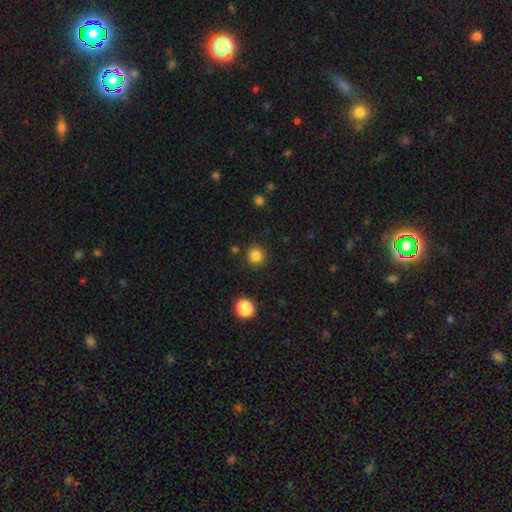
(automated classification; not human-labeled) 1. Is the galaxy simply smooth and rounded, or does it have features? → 84% smooth, 12% star or artifact, 4% featured or disk.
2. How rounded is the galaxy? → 93% round, 6% in between, 1% cigar-shaped.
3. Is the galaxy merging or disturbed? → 90% none, 6% minor disturbance, 2% major disturbance, 2% merger.